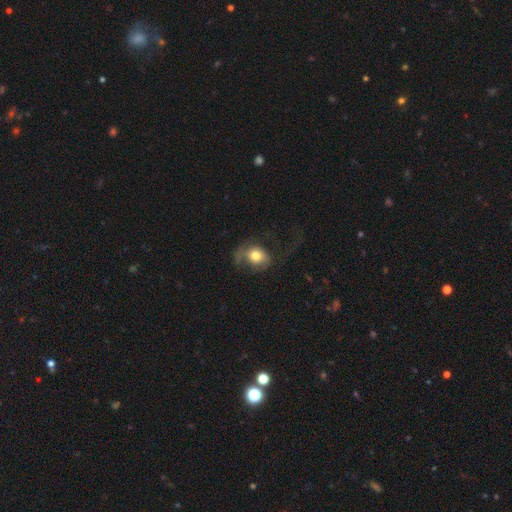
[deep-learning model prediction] Smooth or featured: smooth — 65% (featured or disk — 27%)
How rounded: round — 54% (in between — 45%)
Merging: major disturbance — 45% (none — 31%)